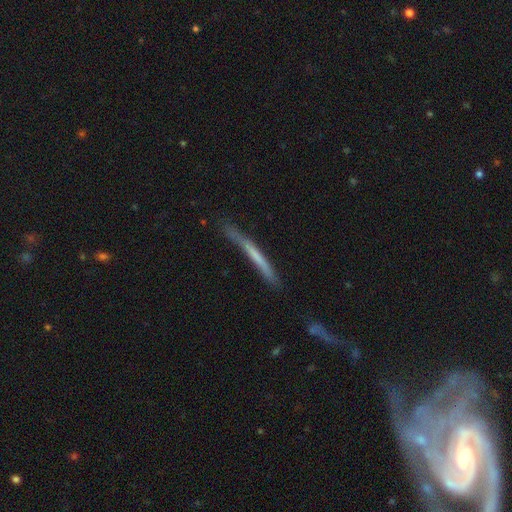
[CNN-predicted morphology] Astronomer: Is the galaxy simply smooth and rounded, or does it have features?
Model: smooth — 51% (runner-up: featured or disk, 43%).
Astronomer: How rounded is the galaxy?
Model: cigar-shaped — 97%.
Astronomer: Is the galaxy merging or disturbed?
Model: none — 71%.